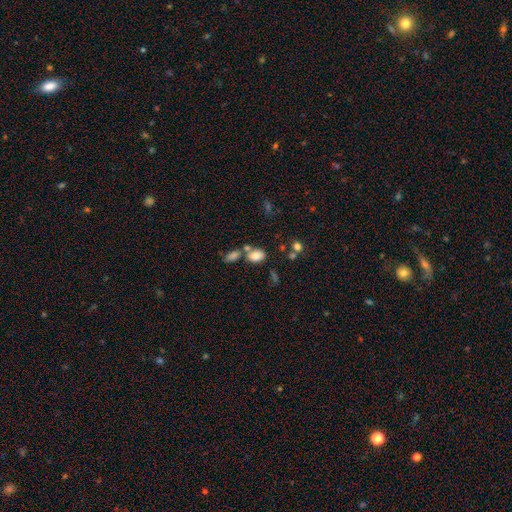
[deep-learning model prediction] Morphology: type=smooth (81%); roundness=in between (81%); merging=none (48%).